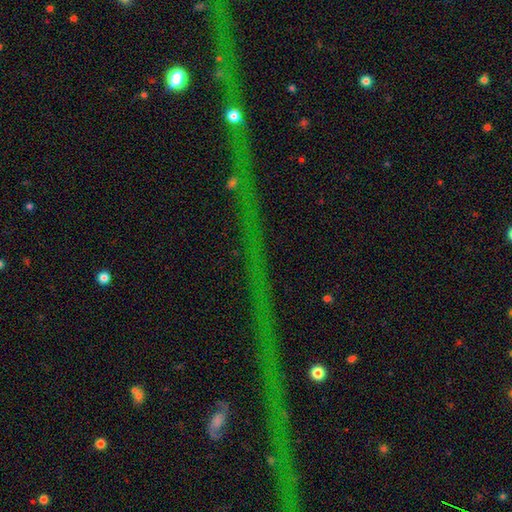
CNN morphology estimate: smooth-or-featured: star or artifact: 73% | featured or disk: 17% | smooth: 10%